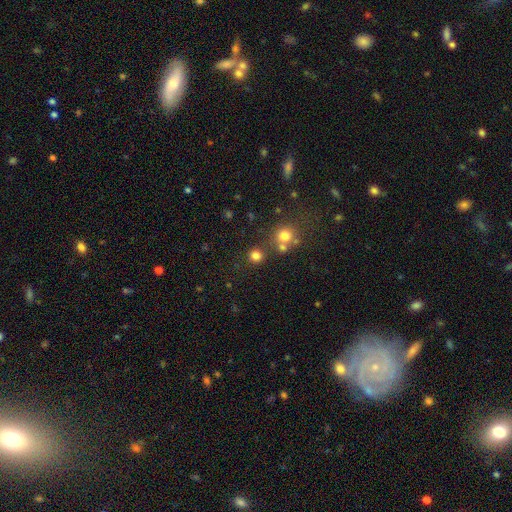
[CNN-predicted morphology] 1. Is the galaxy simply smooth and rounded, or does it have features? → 78% smooth, 16% star or artifact, 6% featured or disk.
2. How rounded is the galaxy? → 91% round, 8% in between, 1% cigar-shaped.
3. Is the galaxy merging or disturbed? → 78% none, 12% merger, 7% minor disturbance, 3% major disturbance.